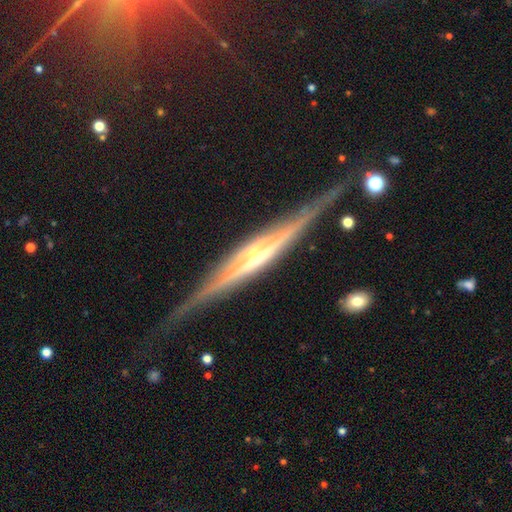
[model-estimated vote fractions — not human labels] Morphology: type=featured or disk (89%); edge-on=yes (98%); edge-on bulge=rounded (68%); merging=none (84%).